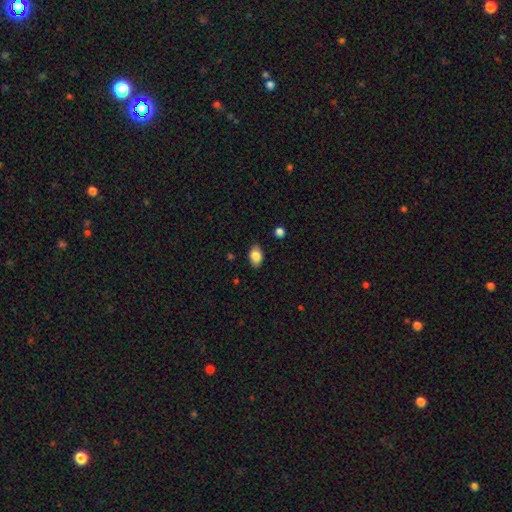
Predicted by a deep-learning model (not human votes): Smooth or featured: smooth — 83% (featured or disk — 9%)
How rounded: in between — 88% (round — 10%)
Merging: none — 86% (minor disturbance — 11%)